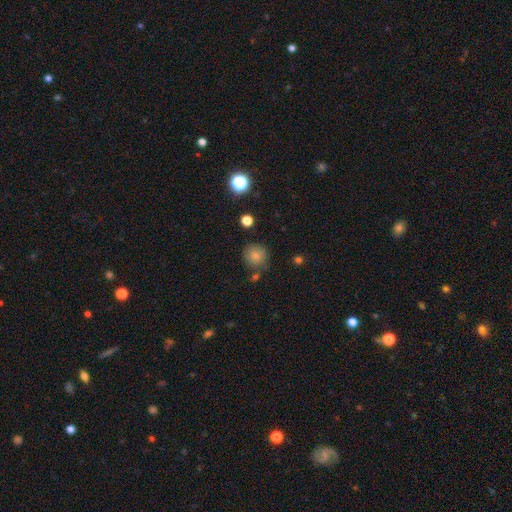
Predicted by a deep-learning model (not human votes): The model was most divided on "merging": none: 77%, minor disturbance: 14%, merger: 6%, major disturbance: 4%. More confident: how rounded — round (90%); smooth or featured — smooth (81%).